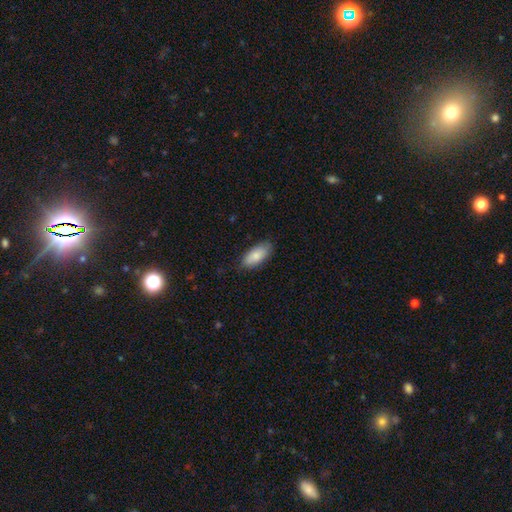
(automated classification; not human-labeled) The model was most divided on "merging": none: 82%, minor disturbance: 15%, major disturbance: 3%, merger: 1%. More confident: how rounded — in between (88%); smooth or featured — smooth (85%).